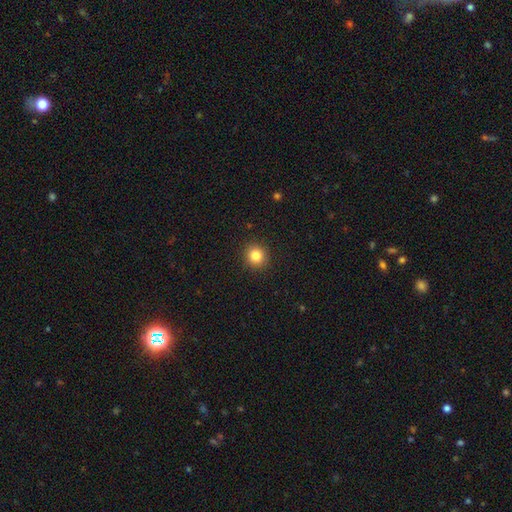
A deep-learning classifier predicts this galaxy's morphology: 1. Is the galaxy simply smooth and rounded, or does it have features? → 84% smooth, 11% star or artifact, 5% featured or disk.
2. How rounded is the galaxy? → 91% round, 8% in between, 1% cigar-shaped.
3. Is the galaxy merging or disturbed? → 92% none, 5% minor disturbance, 2% major disturbance, 1% merger.